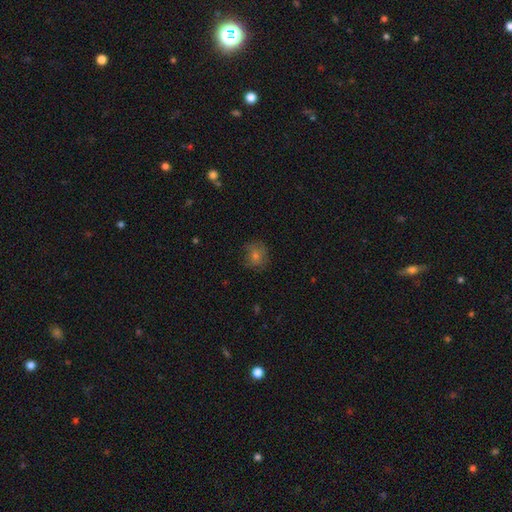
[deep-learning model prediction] Smooth or featured: smooth — 63% (star or artifact — 19%)
How rounded: round — 80% (in between — 19%)
Merging: none — 77% (minor disturbance — 16%)